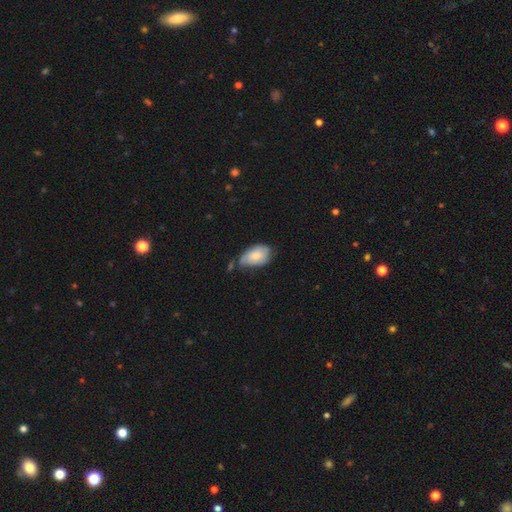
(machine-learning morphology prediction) smooth_or_featured: smooth (p=0.69) [alt: featured or disk p=0.24]
how_rounded: in between (p=0.92) [alt: round p=0.07]
merging: none (p=0.43) [alt: minor disturbance p=0.38]